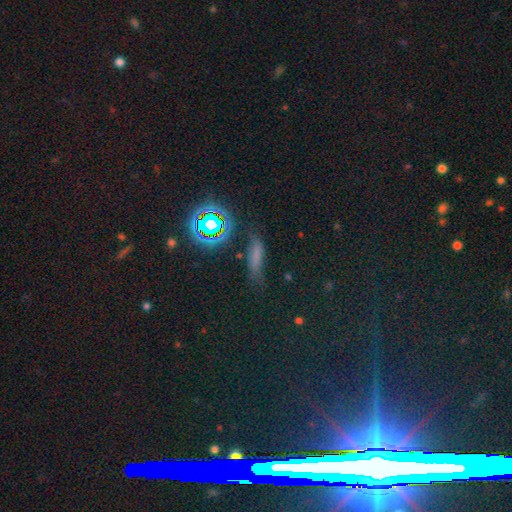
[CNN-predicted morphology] smooth-or-featured: smooth: 58% | star or artifact: 26% | featured or disk: 15%
  how-rounded: cigar-shaped: 66% | in between: 28% | round: 5%
  merging: none: 64% | minor disturbance: 23% | major disturbance: 10% | merger: 4%